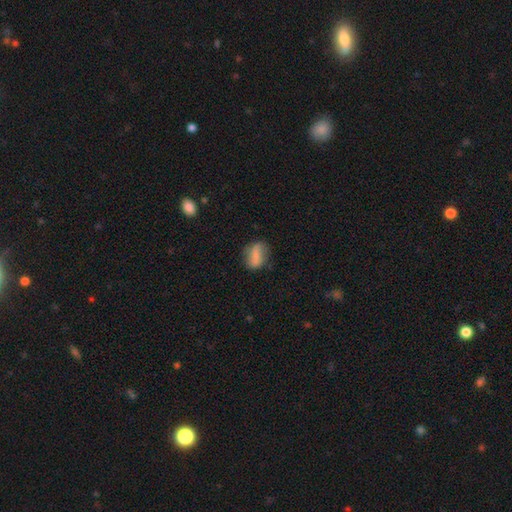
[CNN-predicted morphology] type=smooth (68%); roundness=in between (73%); merging=none (68%).